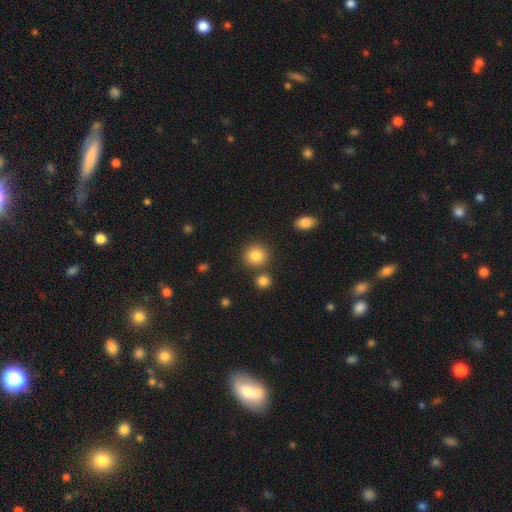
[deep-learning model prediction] smooth_or_featured: smooth (p=0.85) [alt: star or artifact p=0.10]
how_rounded: round (p=0.88) [alt: in between p=0.11]
merging: none (p=0.79) [alt: merger p=0.10]